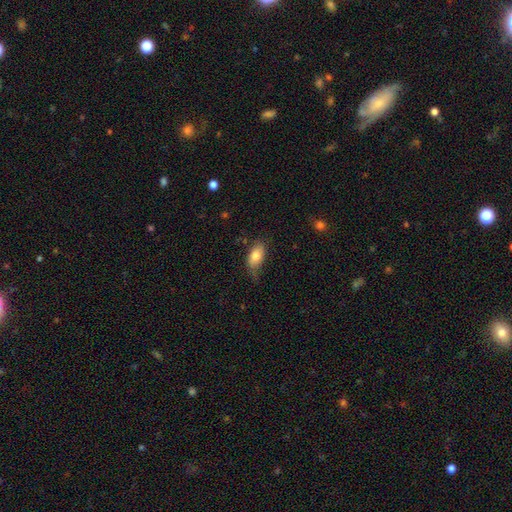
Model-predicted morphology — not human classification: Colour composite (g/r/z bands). It shows a smooth galaxy with no disk features (79%) that is in between round and cigar-shaped (90%). Merging: none (59%).